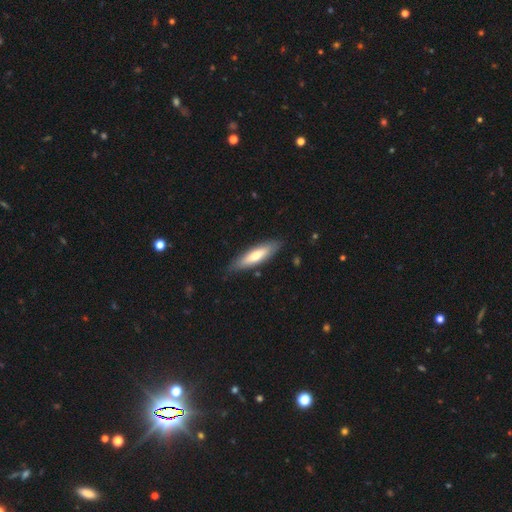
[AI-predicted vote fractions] This is likely a smooth galaxy (64%). How rounded: likely cigar-shaped (66%). Merging: clearly none (83%).